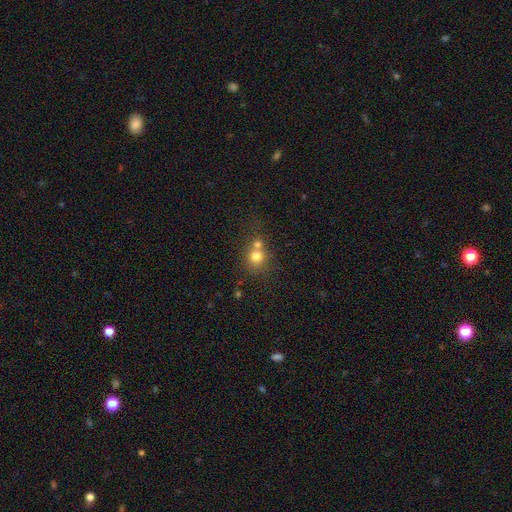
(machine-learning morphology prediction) smooth 76%, star or artifact 13%, featured or disk 12%. Down the decision tree: how rounded — round (86%); merging — merger (46%).